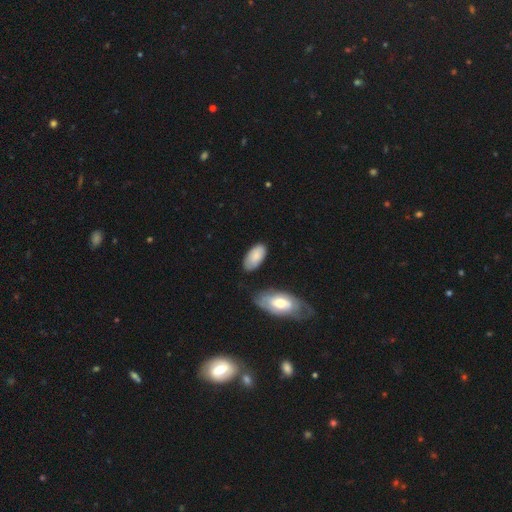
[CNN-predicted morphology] type=smooth (80%); roundness=in between (94%); merging=none (71%).